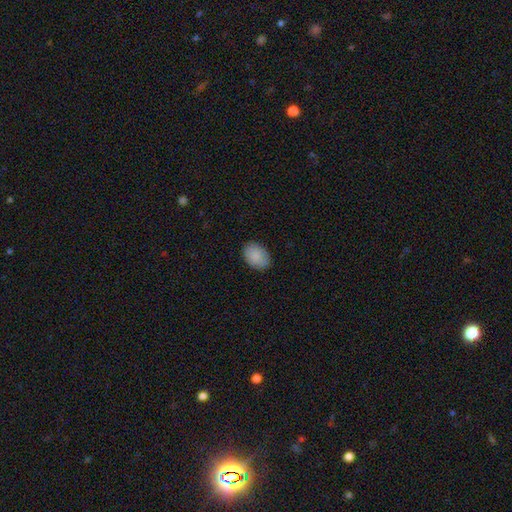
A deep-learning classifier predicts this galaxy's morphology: Smooth or featured: smooth — 89% (star or artifact — 7%)
How rounded: in between — 80% (round — 19%)
Merging: none — 86% (minor disturbance — 11%)